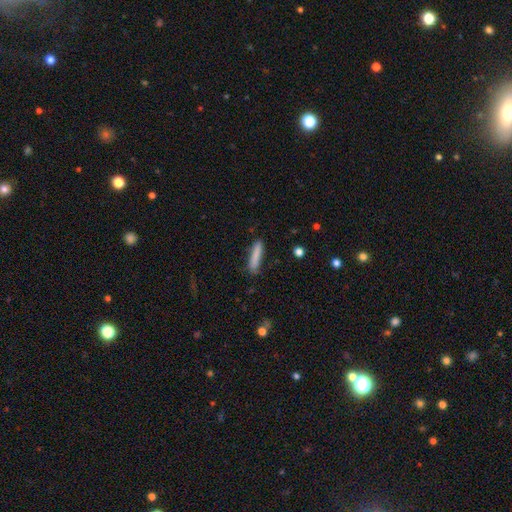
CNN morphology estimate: The model was most divided on "merging": none: 82%, minor disturbance: 13%, major disturbance: 3%, merger: 2%. More confident: how rounded — cigar-shaped (87%); smooth or featured — smooth (84%).